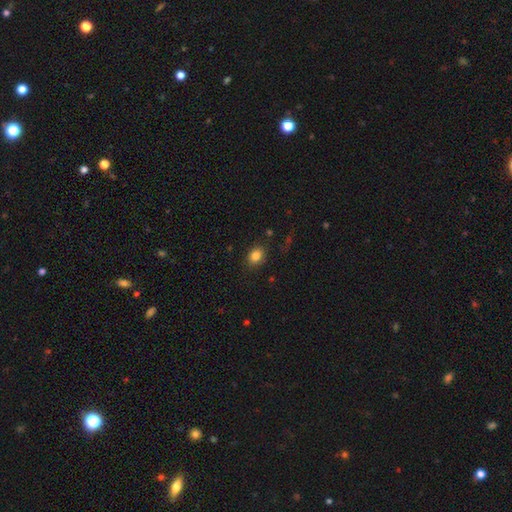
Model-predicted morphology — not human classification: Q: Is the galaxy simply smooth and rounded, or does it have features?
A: smooth — 84%.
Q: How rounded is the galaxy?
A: in between — 51%.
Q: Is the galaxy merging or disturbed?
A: none — 84%.